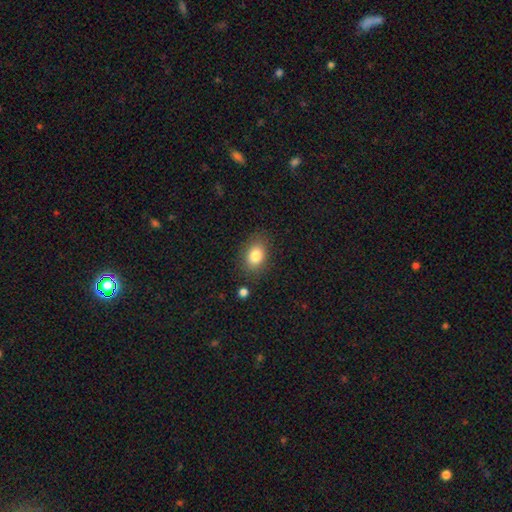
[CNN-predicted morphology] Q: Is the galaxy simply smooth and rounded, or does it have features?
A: smooth — 82%.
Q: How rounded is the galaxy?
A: in between — 74%.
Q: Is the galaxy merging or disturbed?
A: none — 83%.